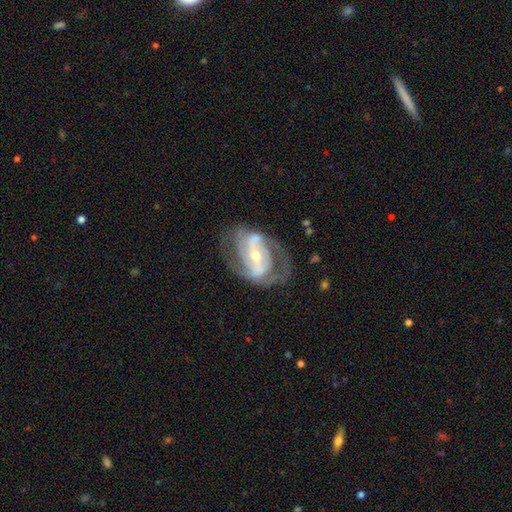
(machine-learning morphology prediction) Q: Smooth or featured?
A: featured or disk (88%); runner-up: smooth (7%)
Q: Edge-on disk?
A: no (96%); runner-up: yes (4%)
Q: Bar?
A: strong (45%); runner-up: weak (35%)
Q: Spiral arms?
A: yes (94%); runner-up: no (6%)
Q: Spiral winding?
A: medium (48%); runner-up: tight (35%)
Q: Spiral arm count?
A: 2 (65%); runner-up: 3 (14%)
Q: Bulge size?
A: small (57%); runner-up: moderate (39%)
Q: Merging?
A: none (63%); runner-up: minor disturbance (20%)